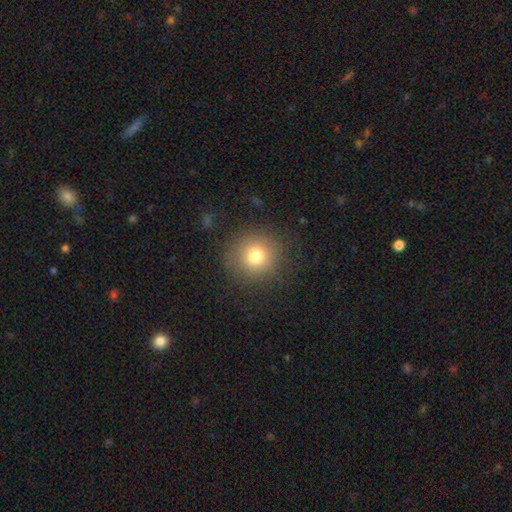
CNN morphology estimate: Smooth or featured? Predicted: smooth (p=0.77). How rounded? Predicted: round (p=0.92). Merging? Predicted: none (p=0.86).